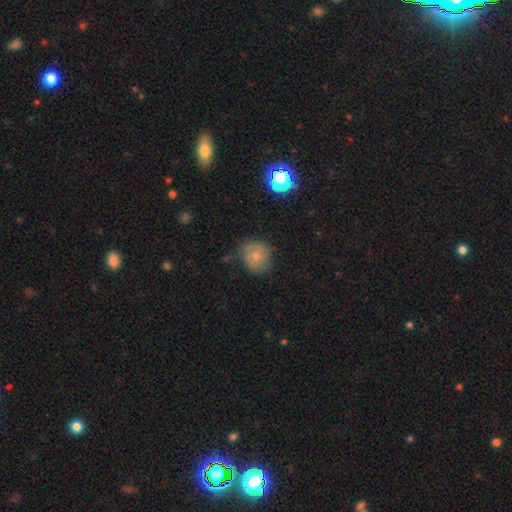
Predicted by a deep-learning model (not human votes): smooth_or_featured: smooth (p=0.57) [alt: featured or disk p=0.33]
how_rounded: round (p=0.83) [alt: in between p=0.16]
merging: none (p=0.59) [alt: minor disturbance p=0.28]